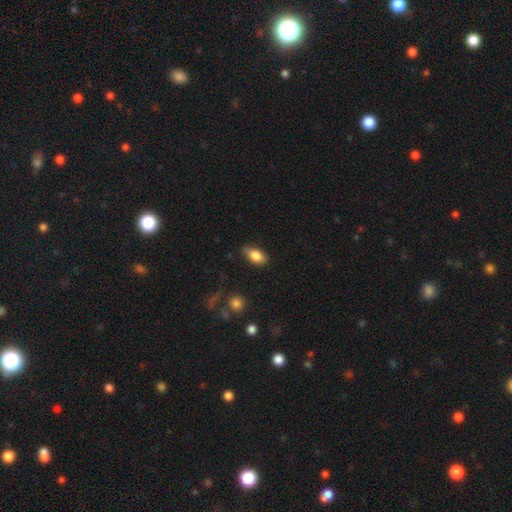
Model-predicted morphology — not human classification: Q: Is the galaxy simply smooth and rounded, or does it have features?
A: smooth — 82%.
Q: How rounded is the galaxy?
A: in between — 89%.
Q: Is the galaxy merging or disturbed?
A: none — 73%.